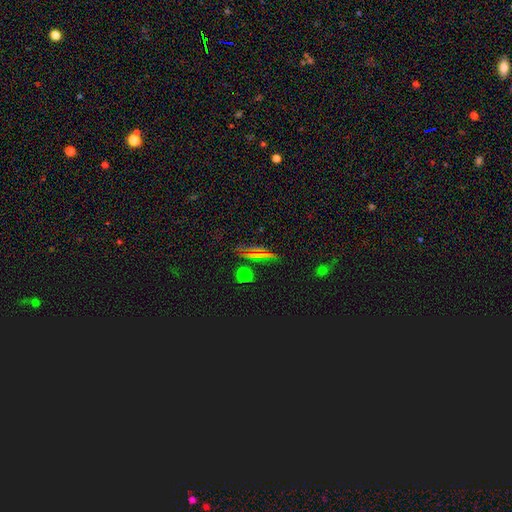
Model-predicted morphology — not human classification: type=smooth (53%); roundness=cigar-shaped (47%); merging=none (80%).